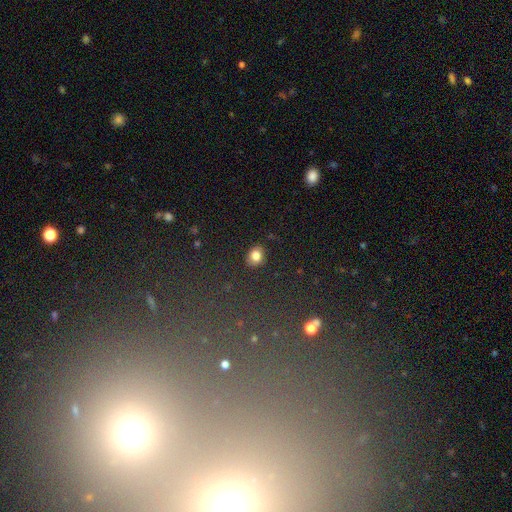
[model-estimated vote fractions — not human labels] Smooth or featured? Predicted: smooth (p=0.82). How rounded? Predicted: in between (p=0.50). Merging? Predicted: none (p=0.87).